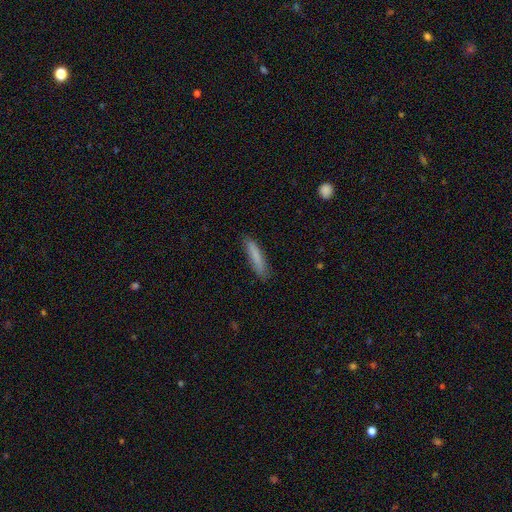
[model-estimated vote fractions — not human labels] Q: Smooth or featured?
A: smooth (82%); runner-up: featured or disk (12%)
Q: How rounded?
A: cigar-shaped (87%); runner-up: in between (12%)
Q: Merging?
A: none (84%); runner-up: minor disturbance (12%)